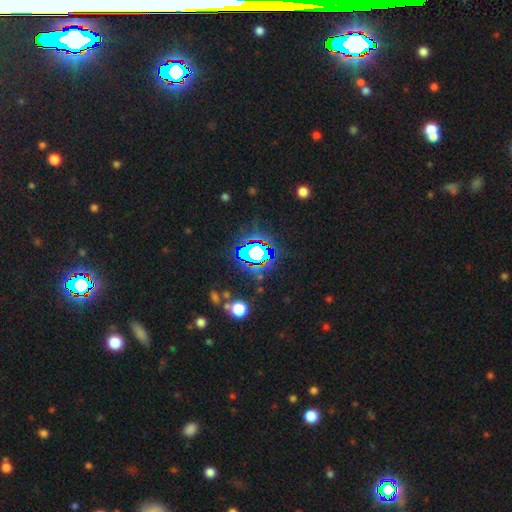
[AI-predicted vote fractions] This appears to be a star or artifact, not a galaxy (77%).